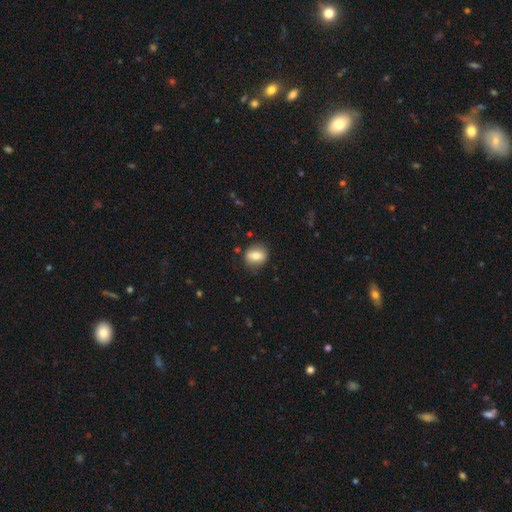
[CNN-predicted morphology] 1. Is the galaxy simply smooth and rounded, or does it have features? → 68% smooth, 24% featured or disk, 8% star or artifact.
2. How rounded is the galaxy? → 52% round, 46% in between, 2% cigar-shaped.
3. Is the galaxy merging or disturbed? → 80% none, 14% minor disturbance, 4% major disturbance, 2% merger.